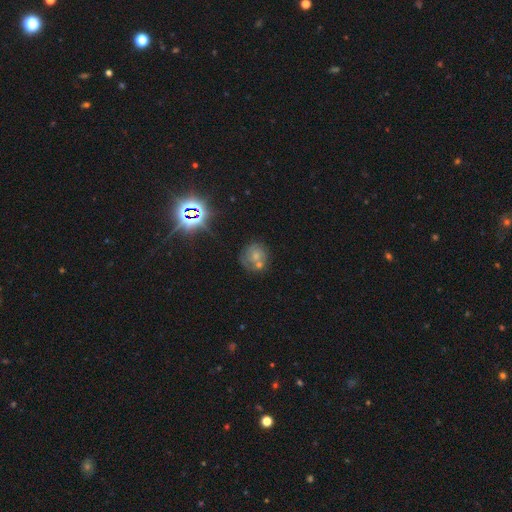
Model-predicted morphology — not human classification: A smooth galaxy with no disk features (46%). Merging: none (47%).